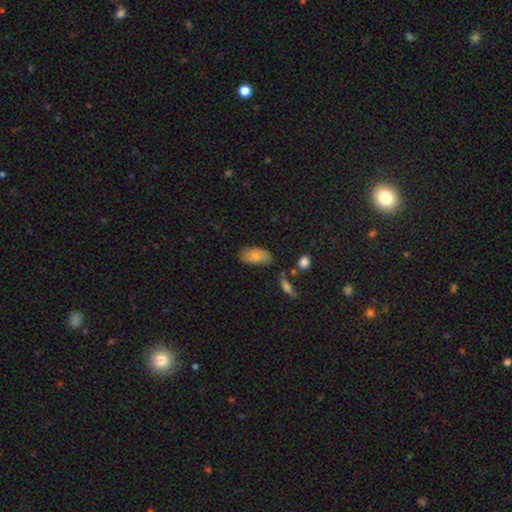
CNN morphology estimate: A smooth galaxy with no disk features (80%) that is in between round and cigar-shaped (93%). Merging: none (68%).